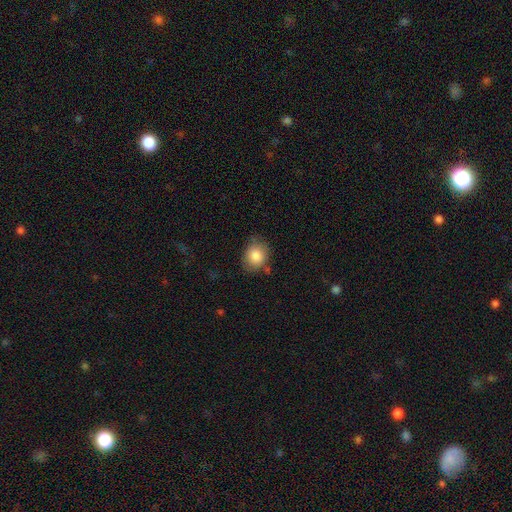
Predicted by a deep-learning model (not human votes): Smooth or featured: smooth — 85% (star or artifact — 8%)
How rounded: round — 57% (in between — 42%)
Merging: none — 69% (minor disturbance — 23%)